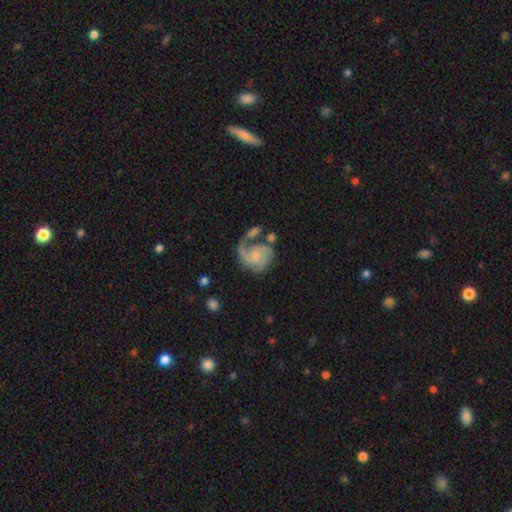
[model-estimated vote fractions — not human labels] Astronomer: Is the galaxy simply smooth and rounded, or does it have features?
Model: featured or disk — 82%.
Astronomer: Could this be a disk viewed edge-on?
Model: no — 98%.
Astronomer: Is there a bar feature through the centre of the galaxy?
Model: no — 64%.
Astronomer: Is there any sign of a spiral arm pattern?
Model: yes — 95%.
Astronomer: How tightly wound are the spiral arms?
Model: medium — 47% (runner-up: loose, 28%).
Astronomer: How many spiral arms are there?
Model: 2 — 44% (runner-up: 1, 32%).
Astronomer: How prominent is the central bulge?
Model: small — 55%.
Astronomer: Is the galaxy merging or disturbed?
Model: none — 41% (runner-up: major disturbance, 26%).